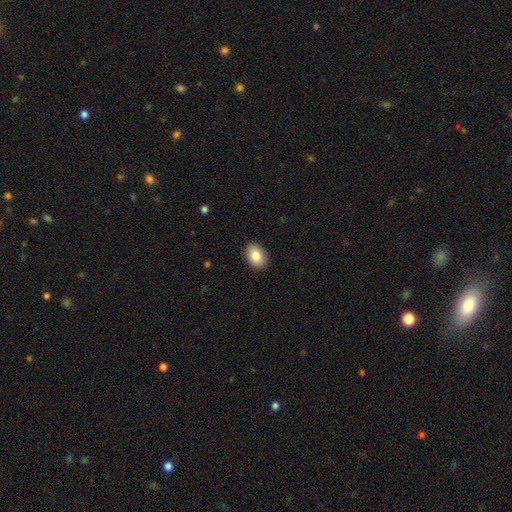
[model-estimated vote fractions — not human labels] smooth-or-featured: smooth: 85% | featured or disk: 8% | star or artifact: 7%
  how-rounded: in between: 79% | round: 20% | cigar-shaped: 1%
  merging: none: 90% | minor disturbance: 7% | major disturbance: 2% | merger: 1%